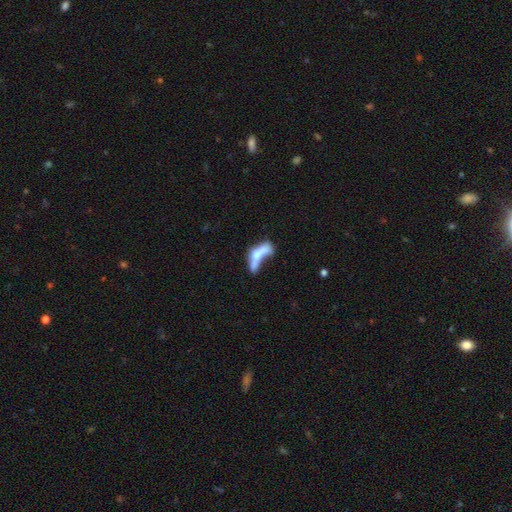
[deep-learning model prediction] Overall: smooth (51%; featured or disk 39%). How rounded: cigar-shaped (51%; in between 45%). Merging: merger (45%; major disturbance 26%).